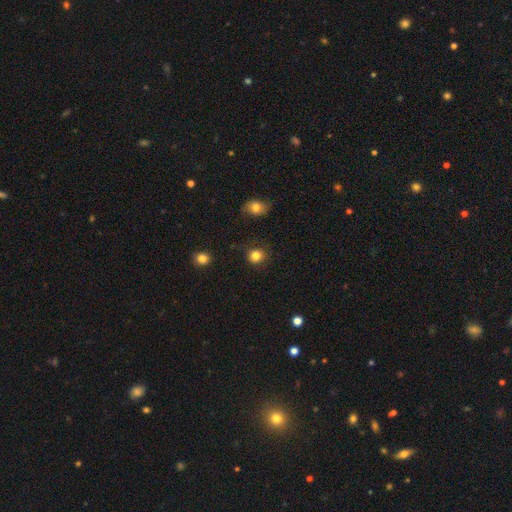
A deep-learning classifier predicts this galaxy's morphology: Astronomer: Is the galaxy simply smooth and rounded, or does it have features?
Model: smooth — 84%.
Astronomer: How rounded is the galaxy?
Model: round — 87%.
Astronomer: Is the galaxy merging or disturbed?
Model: none — 85%.